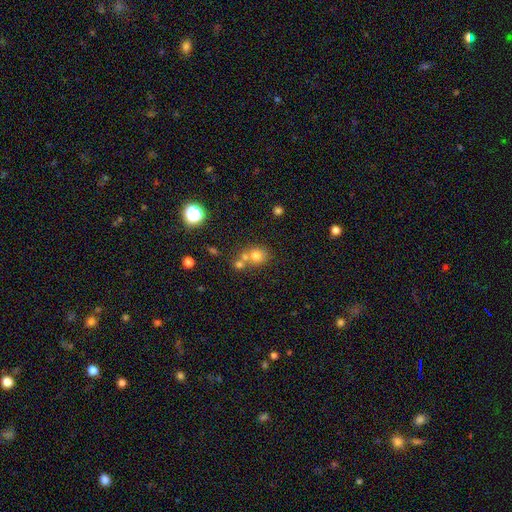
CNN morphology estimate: Overall: smooth (71%). How rounded: round (80%). Merging: none (48%; merger 40%).